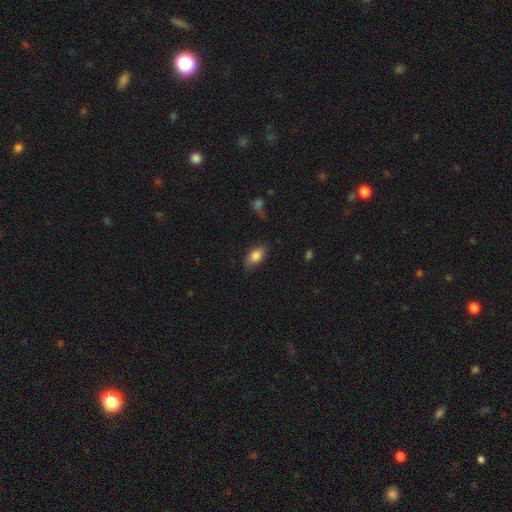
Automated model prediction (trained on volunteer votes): Q: Smooth or featured?
A: smooth (83%); runner-up: featured or disk (10%)
Q: How rounded?
A: in between (90%); runner-up: round (6%)
Q: Merging?
A: none (75%); runner-up: minor disturbance (19%)